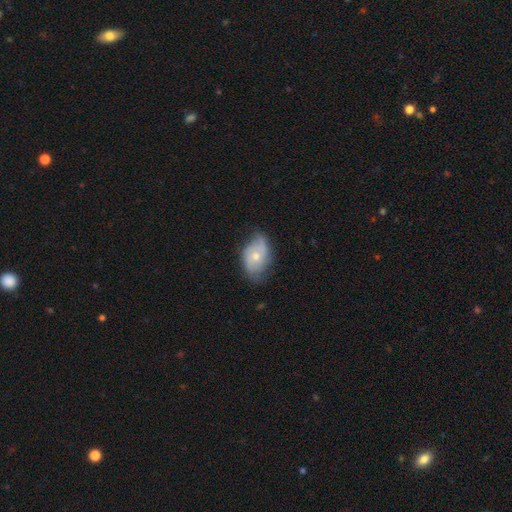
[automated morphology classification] Smooth or featured? Predicted: featured or disk (p=0.51). Edge-on disk? Predicted: no (p=0.95). Merging? Predicted: none (p=0.57).